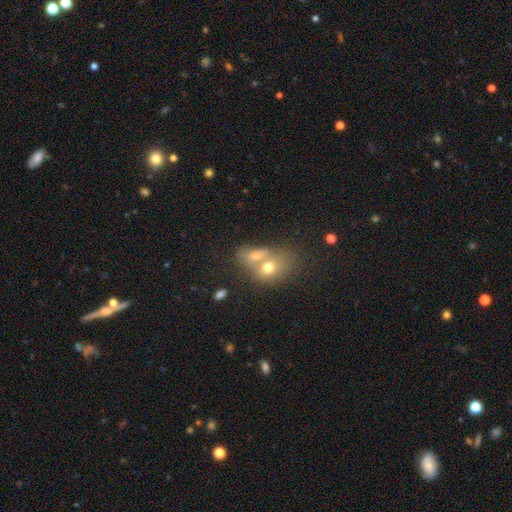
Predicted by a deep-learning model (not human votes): Smooth or featured: smooth — 66% (featured or disk — 22%)
How rounded: in between — 64% (round — 33%)
Merging: merger — 70% (none — 18%)